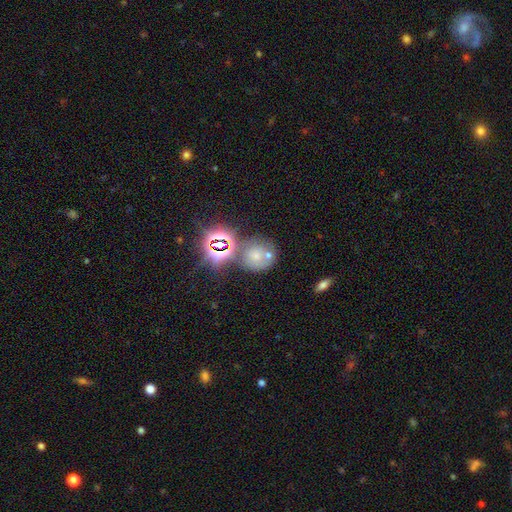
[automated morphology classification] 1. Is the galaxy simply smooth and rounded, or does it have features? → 54% smooth, 27% star or artifact, 19% featured or disk.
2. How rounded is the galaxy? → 83% round, 16% in between, 1% cigar-shaped.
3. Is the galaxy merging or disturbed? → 51% none, 27% merger, 14% minor disturbance, 8% major disturbance.